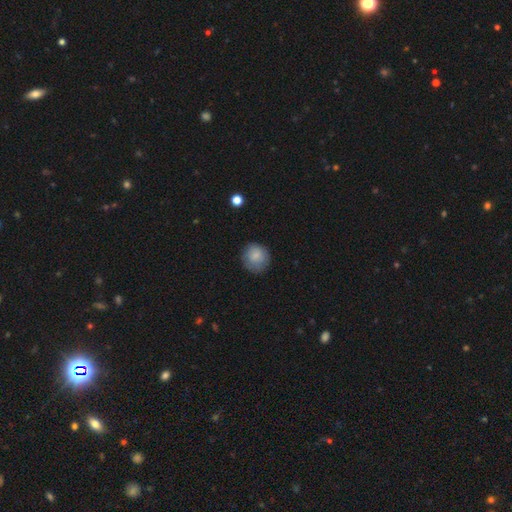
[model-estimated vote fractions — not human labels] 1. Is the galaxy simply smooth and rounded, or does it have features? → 83% smooth, 9% featured or disk, 8% star or artifact.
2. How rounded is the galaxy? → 88% round, 11% in between, 1% cigar-shaped.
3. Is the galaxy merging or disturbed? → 79% none, 16% minor disturbance, 4% major disturbance, 1% merger.